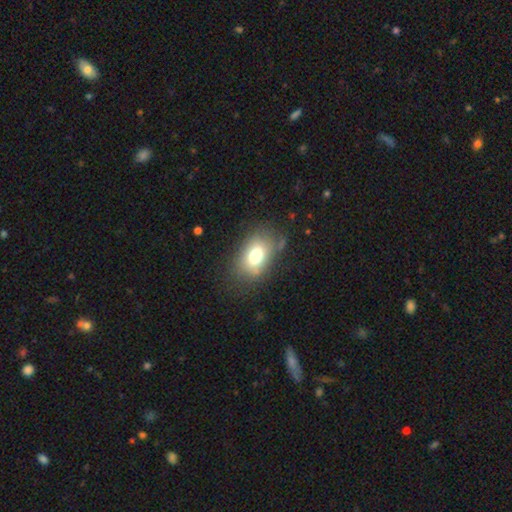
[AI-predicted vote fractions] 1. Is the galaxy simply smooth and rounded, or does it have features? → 73% smooth, 16% featured or disk, 11% star or artifact.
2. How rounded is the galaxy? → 80% in between, 18% round, 1% cigar-shaped.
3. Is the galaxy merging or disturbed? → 71% none, 18% minor disturbance, 8% major disturbance, 3% merger.